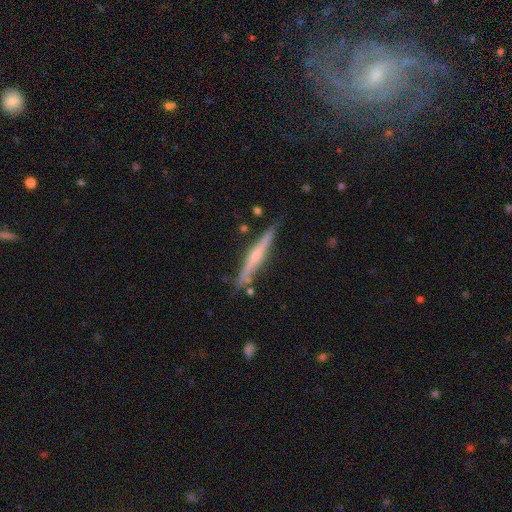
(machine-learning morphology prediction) smooth-or-featured: featured or disk: 64% | smooth: 30% | star or artifact: 6%
  disk-edge-on: yes: 97% | no: 3%
    edge-on-bulge: rounded: 64% | none: 28% | boxy: 9%
  merging: none: 82% | minor disturbance: 13% | merger: 3% | major disturbance: 2%